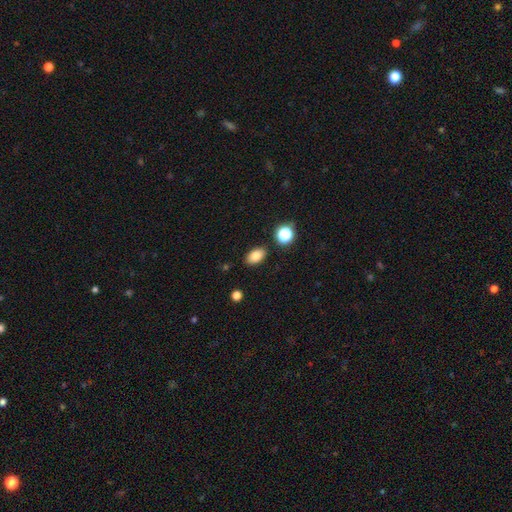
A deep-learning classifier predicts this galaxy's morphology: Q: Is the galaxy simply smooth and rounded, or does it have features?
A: smooth — 81%.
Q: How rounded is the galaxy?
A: in between — 87%.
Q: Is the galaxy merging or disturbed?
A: none — 86%.